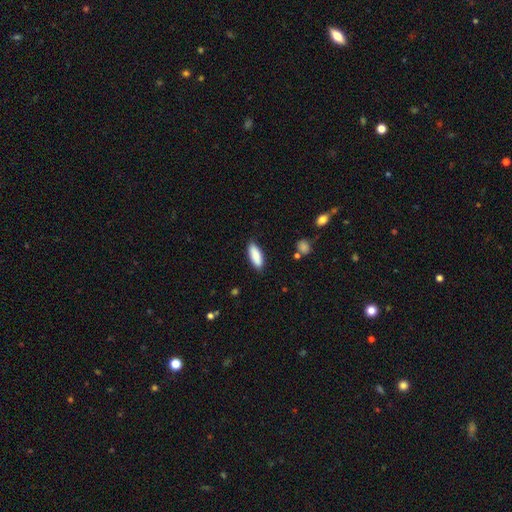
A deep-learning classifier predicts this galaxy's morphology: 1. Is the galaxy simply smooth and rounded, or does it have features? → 87% smooth, 7% featured or disk, 6% star or artifact.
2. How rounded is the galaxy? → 70% in between, 29% cigar-shaped, 2% round.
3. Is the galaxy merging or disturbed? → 86% none, 10% minor disturbance, 2% major disturbance, 1% merger.